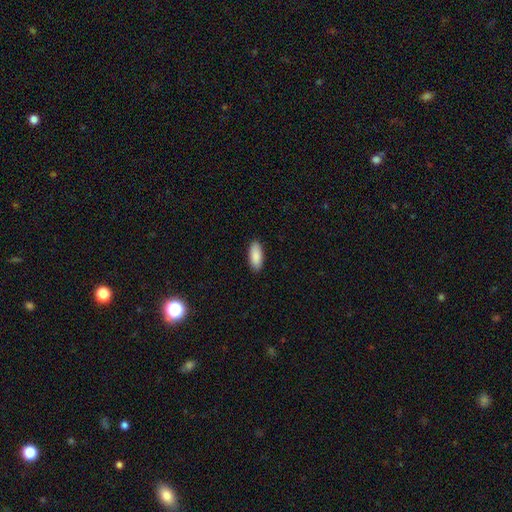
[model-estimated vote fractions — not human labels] Overall: smooth (90%). How rounded: in between (85%). Merging: none (90%).